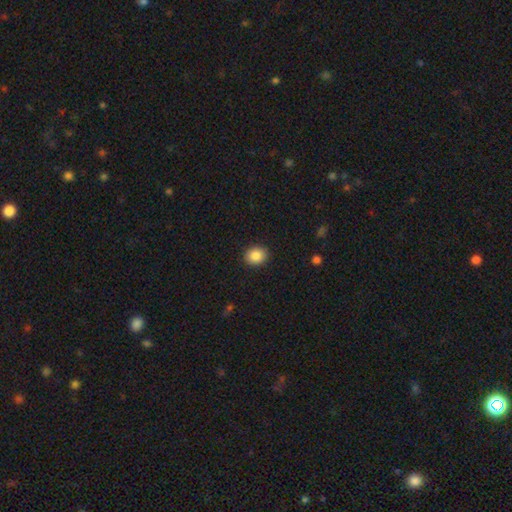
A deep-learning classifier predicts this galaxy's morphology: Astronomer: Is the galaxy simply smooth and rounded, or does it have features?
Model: smooth — 87%.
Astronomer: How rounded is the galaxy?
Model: round — 61% (runner-up: in between, 38%).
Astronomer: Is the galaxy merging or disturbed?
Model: none — 90%.